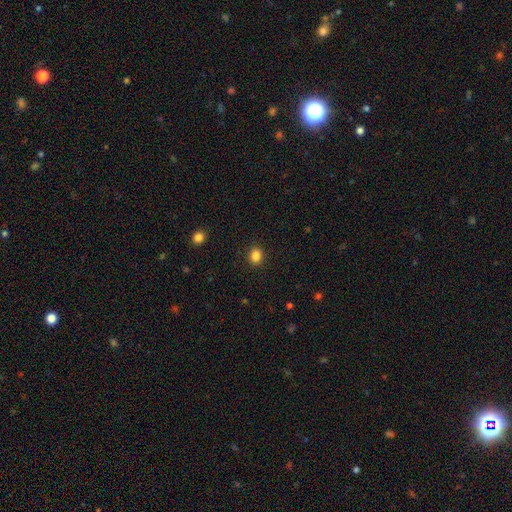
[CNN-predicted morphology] smooth 85%, star or artifact 11%, featured or disk 4%. Down the decision tree: how rounded — round (68%); merging — none (90%).